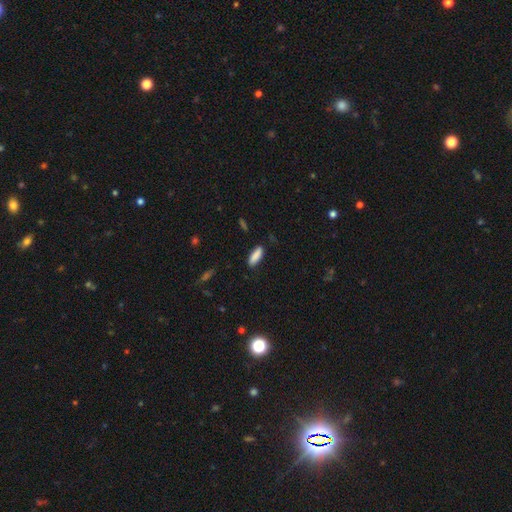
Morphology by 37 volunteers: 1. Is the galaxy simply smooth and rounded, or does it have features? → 95% smooth, 3% featured or disk, 3% star or artifact.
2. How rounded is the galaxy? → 51% cigar-shaped, 49% in between, 0% round.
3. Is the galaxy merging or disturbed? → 92% none, 8% minor disturbance, 0% major disturbance, 0% merger.